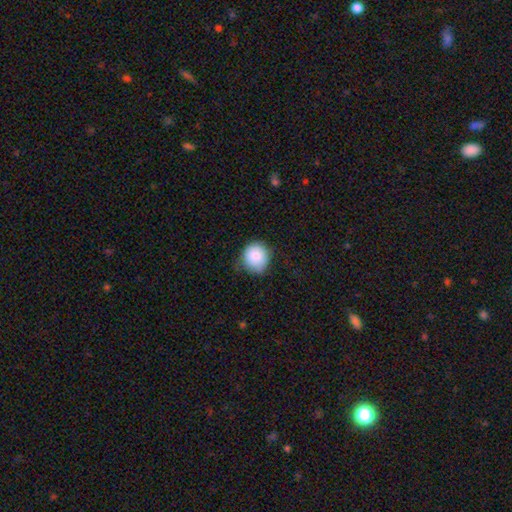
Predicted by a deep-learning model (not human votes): A smooth galaxy with no disk features (83%) that is round (85%).

Vote fractions:
- Smooth or featured? smooth: 83% / featured or disk: 9% / star or artifact: 8%
- How rounded? round: 85% / in between: 14% / cigar-shaped: 1%
- Merging? none: 64% / minor disturbance: 29% / major disturbance: 6% / merger: 1%